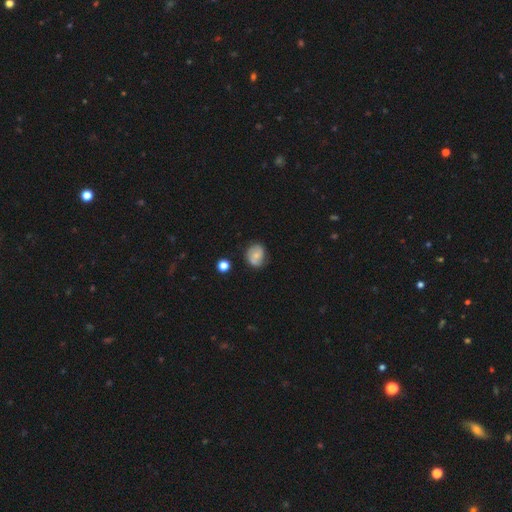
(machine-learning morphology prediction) Smooth or featured? smooth (53%)
How rounded? round (61%)
Merging? none (67%)